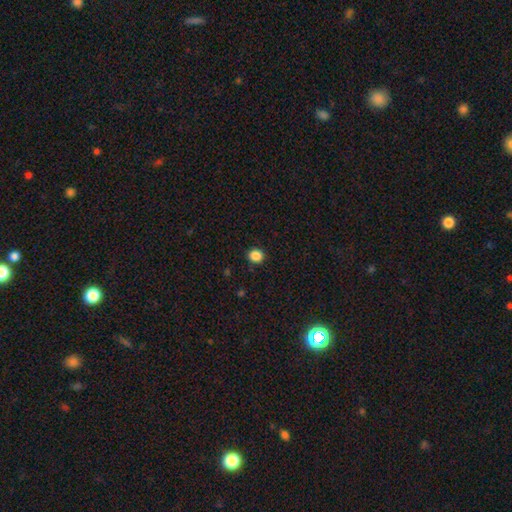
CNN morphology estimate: Smooth or featured? smooth (86%)
How rounded? round (82%)
Merging? none (90%)